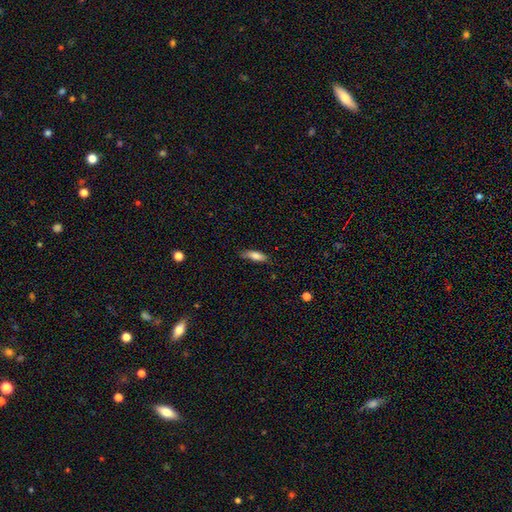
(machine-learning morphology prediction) Smooth or featured? Predicted: smooth (p=0.79). How rounded? Predicted: in between (p=0.57). Merging? Predicted: none (p=0.78).